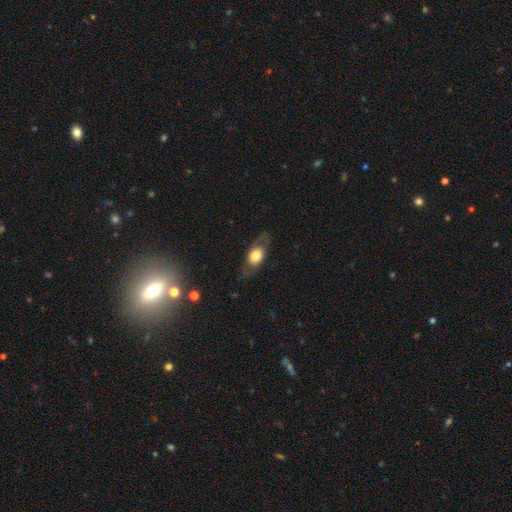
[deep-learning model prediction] This is possibly a smooth galaxy (49%). Merging: likely none (78%).